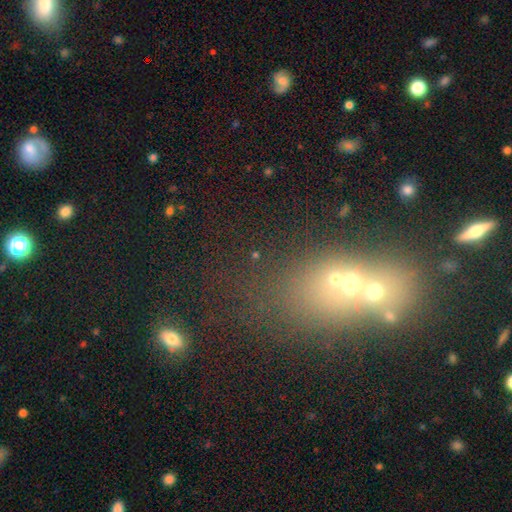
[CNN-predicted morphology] Smooth or featured? smooth (43%)
Merging? none (55%)